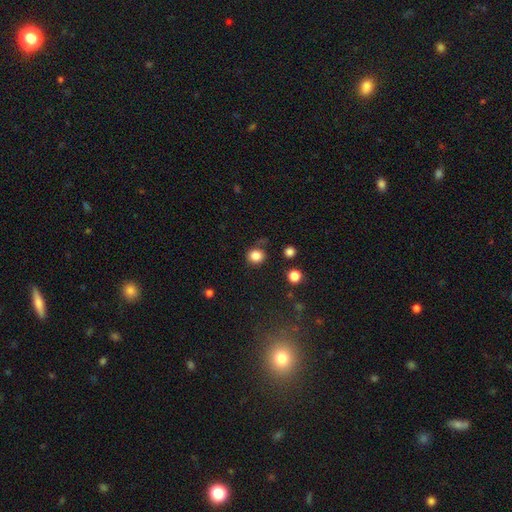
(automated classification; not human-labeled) Smooth or featured? smooth (84%)
How rounded? round (84%)
Merging? none (80%)